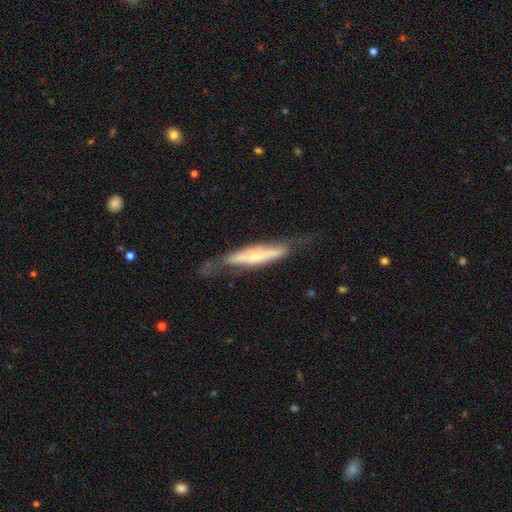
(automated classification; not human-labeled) Smooth or featured? featured or disk (65%)
Edge-on disk? yes (75%)
Merging? none (60%)